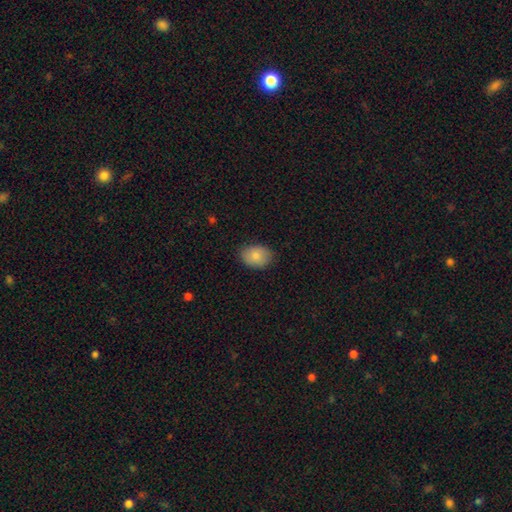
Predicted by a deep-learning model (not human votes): Q: Smooth or featured?
A: smooth (84%); runner-up: featured or disk (9%)
Q: How rounded?
A: in between (69%); runner-up: round (31%)
Q: Merging?
A: none (83%); runner-up: minor disturbance (14%)